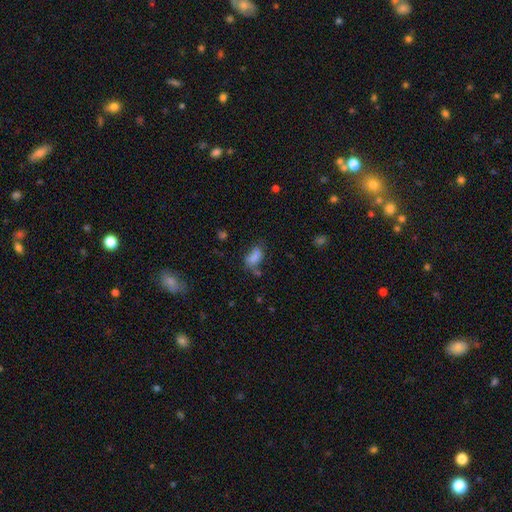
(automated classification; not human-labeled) A smooth galaxy with no disk features (75%) that is in between round and cigar-shaped (86%). Merging: none (44%).